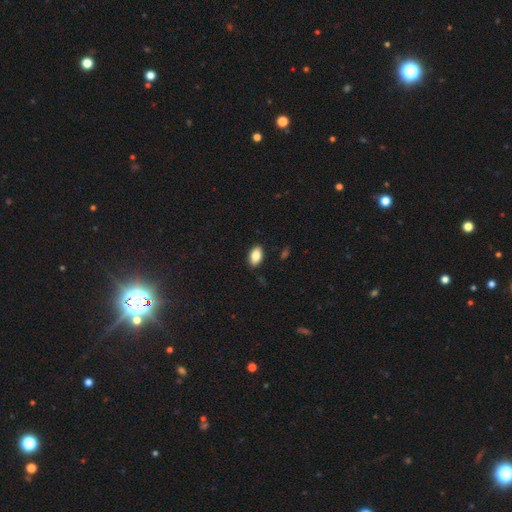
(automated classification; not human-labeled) This is clearly a smooth galaxy (84%). How rounded: clearly in between (92%). Merging: clearly none (88%).